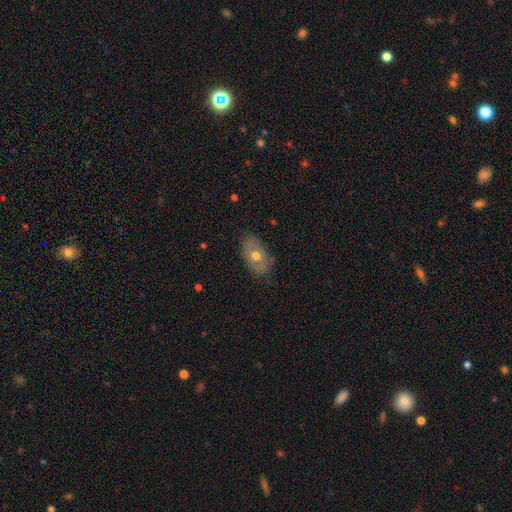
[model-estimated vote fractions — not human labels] Morphology: type=smooth (48%); merging=none (79%).